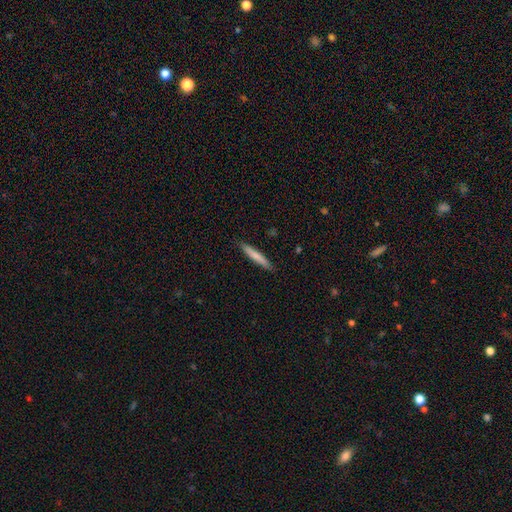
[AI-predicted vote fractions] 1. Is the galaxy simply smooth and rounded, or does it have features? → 75% smooth, 20% featured or disk, 5% star or artifact.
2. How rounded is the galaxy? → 95% cigar-shaped, 4% in between, 1% round.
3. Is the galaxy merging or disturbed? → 90% none, 8% minor disturbance, 2% major disturbance, 1% merger.